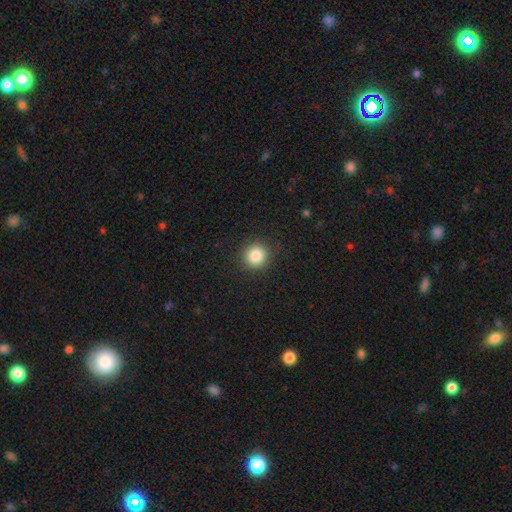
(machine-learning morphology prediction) smooth 85%, star or artifact 11%, featured or disk 5%. Down the decision tree: how rounded — round (92%); merging — none (90%).